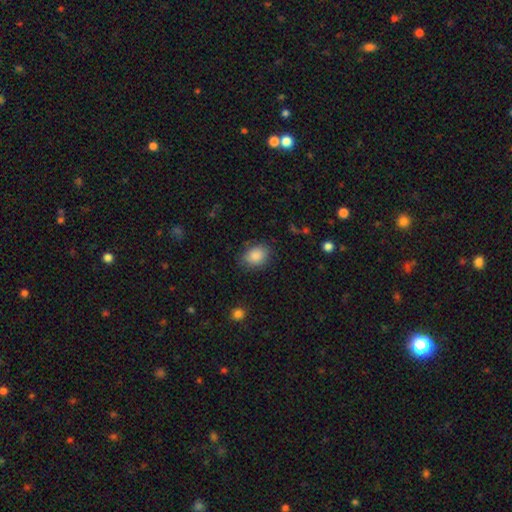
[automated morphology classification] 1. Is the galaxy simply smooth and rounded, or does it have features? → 87% smooth, 8% star or artifact, 5% featured or disk.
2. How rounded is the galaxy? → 71% in between, 28% round, 1% cigar-shaped.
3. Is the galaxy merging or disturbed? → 81% none, 14% minor disturbance, 4% major disturbance, 1% merger.